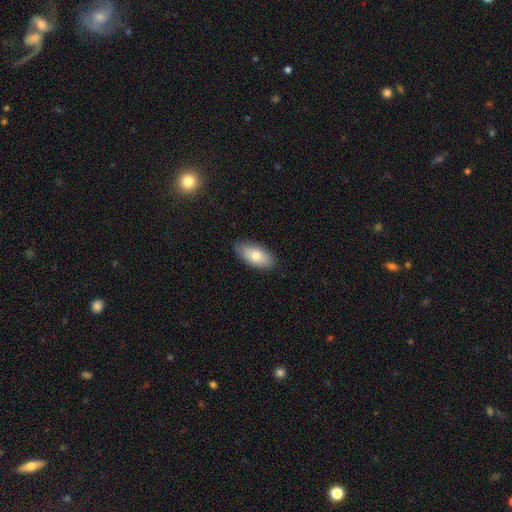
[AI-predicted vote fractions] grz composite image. It shows a smooth galaxy with no disk features (77%) that is in between round and cigar-shaped (90%). Merging: none (85%).